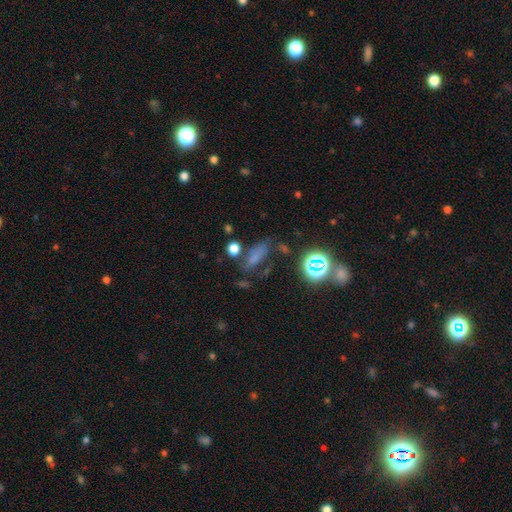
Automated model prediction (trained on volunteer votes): A smooth galaxy with no disk features (60%) that is in between round and cigar-shaped (58%). Merging: none (59%).